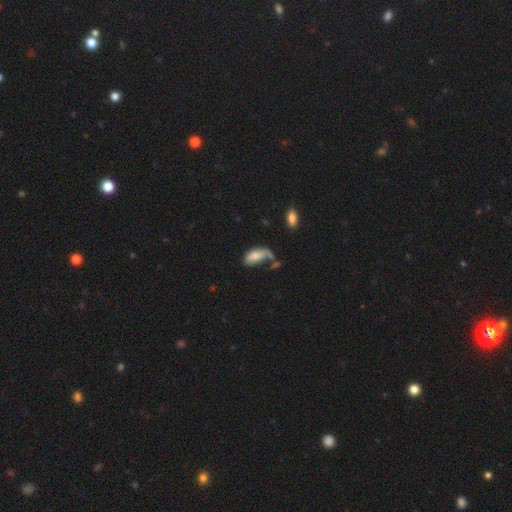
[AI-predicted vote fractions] The model was most divided on "merging": none: 34%, minor disturbance: 24%, major disturbance: 22%, merger: 21%. More confident: how rounded — in between (91%); smooth or featured — smooth (76%).